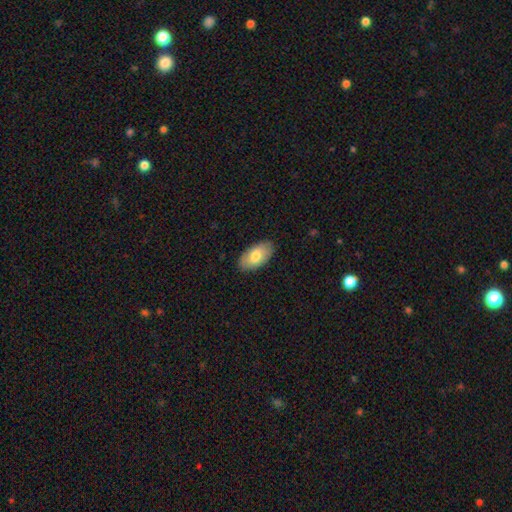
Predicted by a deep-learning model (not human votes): Smooth or featured: smooth — 77% (featured or disk — 18%)
How rounded: in between — 95% (round — 3%)
Merging: none — 87% (minor disturbance — 10%)